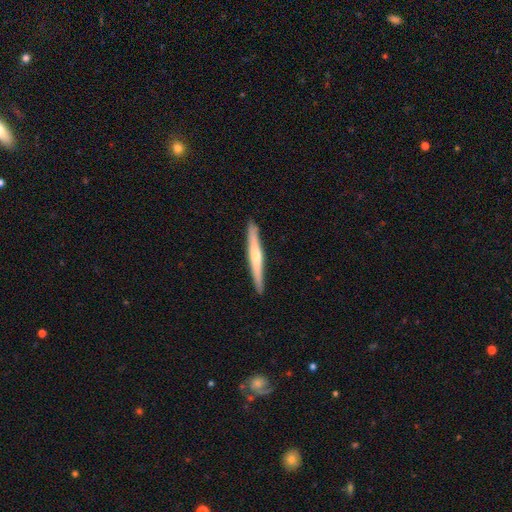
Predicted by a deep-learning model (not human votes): Morphology: type=featured or disk (54%); edge-on=yes (97%); edge-on bulge=rounded (60%); merging=none (91%).